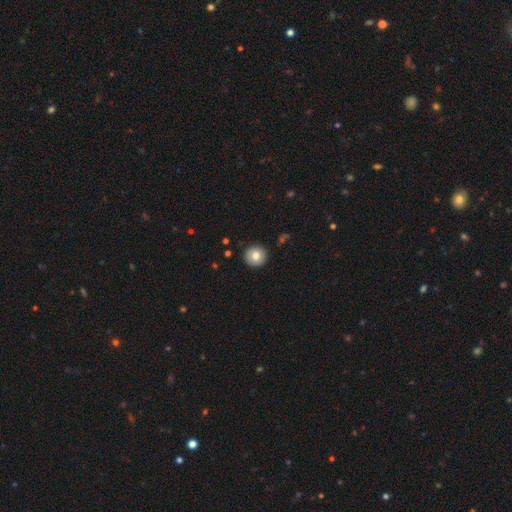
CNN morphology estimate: smooth-or-featured: smooth: 78% | featured or disk: 13% | star or artifact: 9%
  how-rounded: round: 95% | in between: 4% | cigar-shaped: 1%
  merging: none: 91% | minor disturbance: 6% | major disturbance: 2% | merger: 1%